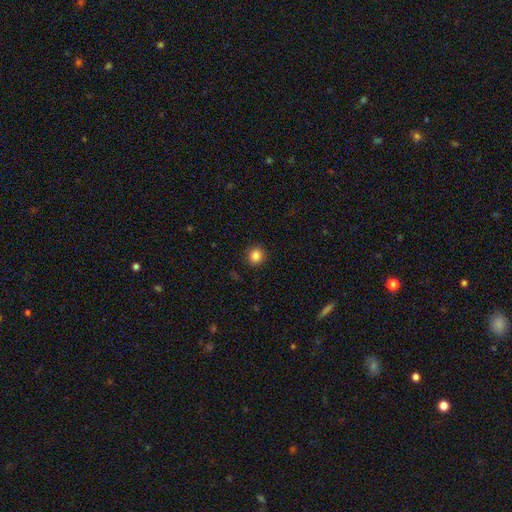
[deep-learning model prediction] smooth-or-featured: smooth: 85% | star or artifact: 11% | featured or disk: 4%
  how-rounded: round: 89% | in between: 10% | cigar-shaped: 1%
  merging: none: 92% | minor disturbance: 6% | major disturbance: 2% | merger: 1%